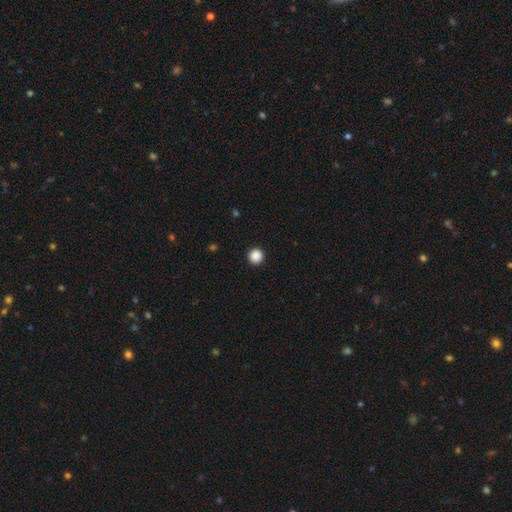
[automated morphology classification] type=smooth (88%); roundness=round (95%); merging=none (93%).